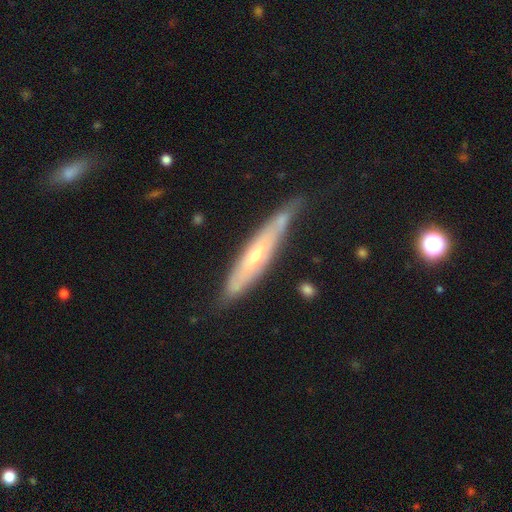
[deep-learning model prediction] A featured or disk galaxy (62%) viewed edge-on (66%). Merging: none (66%).